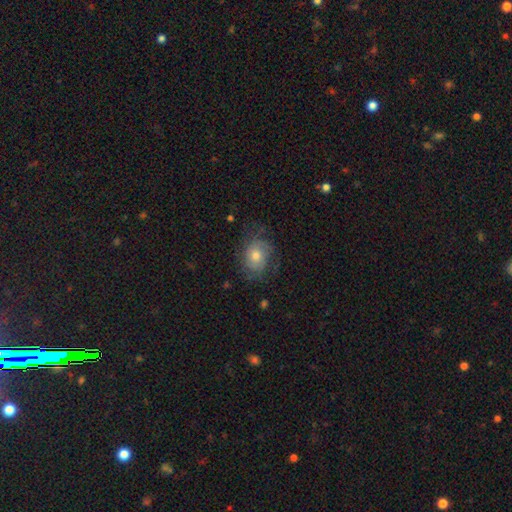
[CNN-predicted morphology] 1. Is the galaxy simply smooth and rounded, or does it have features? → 50% smooth, 39% featured or disk, 10% star or artifact.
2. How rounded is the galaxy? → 52% round, 46% in between, 1% cigar-shaped.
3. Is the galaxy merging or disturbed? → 65% none, 22% minor disturbance, 12% major disturbance, 1% merger.